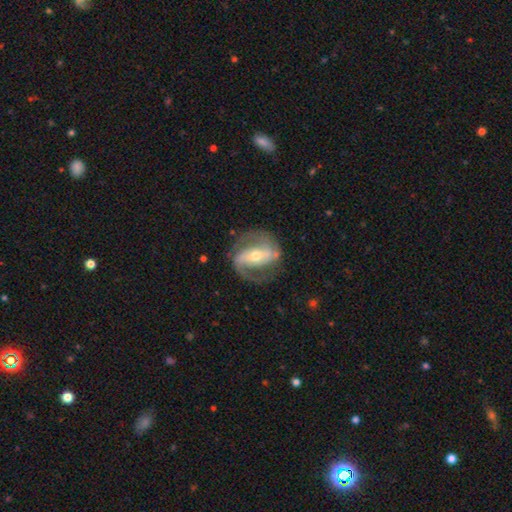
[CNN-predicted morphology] The model was most divided on "bulge size": moderate: 57%, small: 38%, large: 4%, none: 1%, dominant: 1%. More confident: edge-on disk — no (96%); spiral arms — yes (95%); spiral arm count — 2 (88%); smooth or featured — featured or disk (87%); merging — none (75%); spiral winding — medium (52%); bar — strong (52%).